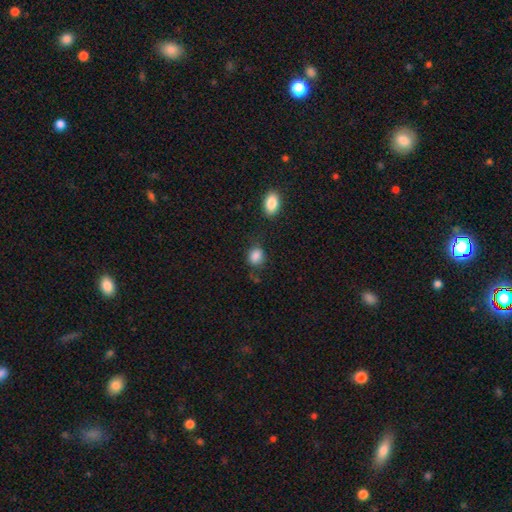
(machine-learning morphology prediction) smooth-or-featured: smooth: 86% | star or artifact: 10% | featured or disk: 4%
  how-rounded: round: 51% | in between: 48% | cigar-shaped: 1%
  merging: none: 65% | minor disturbance: 21% | major disturbance: 7% | merger: 7%